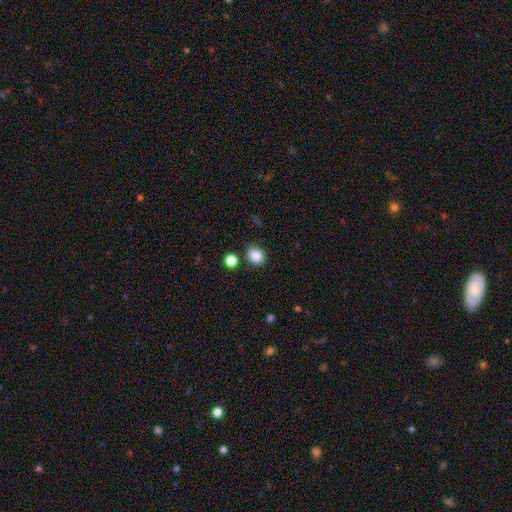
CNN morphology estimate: This is clearly a smooth galaxy (87%). How rounded: possibly in between (50%). Merging: likely none (79%).